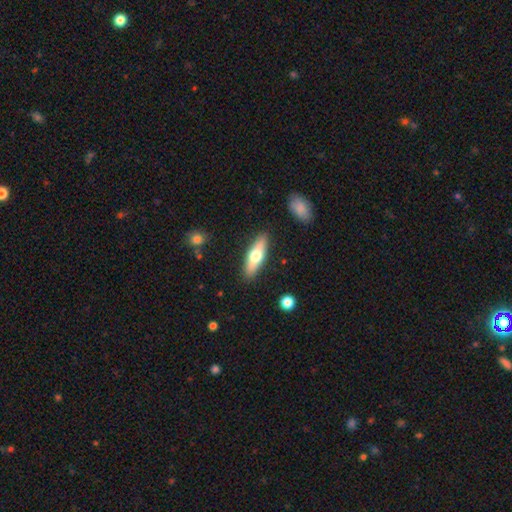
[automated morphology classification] The model was most divided on "how rounded": cigar-shaped: 50%, in between: 48%, round: 2%. More confident: merging — none (87%); smooth or featured — smooth (58%).